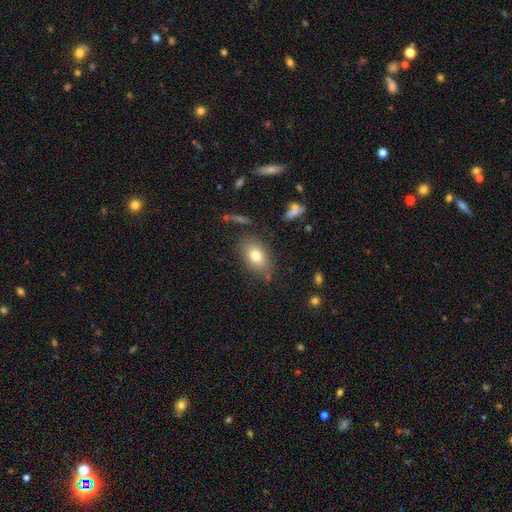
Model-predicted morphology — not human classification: smooth 78%, featured or disk 13%, star or artifact 9%. Down the decision tree: how rounded — in between (86%); merging — none (79%).